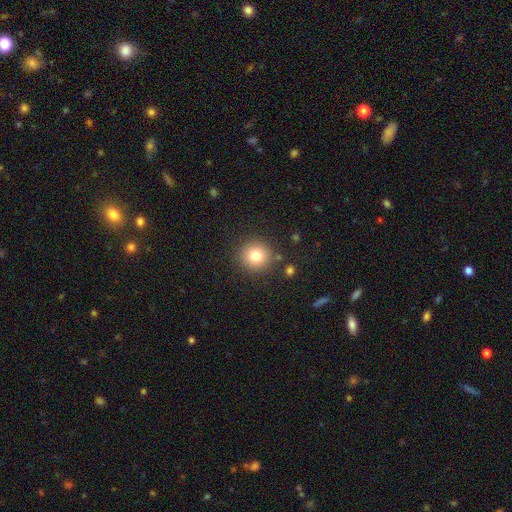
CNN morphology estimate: A smooth galaxy with no disk features (78%) that is round (94%).

Vote fractions:
- Smooth or featured? smooth: 78% / star or artifact: 12% / featured or disk: 9%
- How rounded? round: 94% / in between: 5% / cigar-shaped: 1%
- Merging? none: 88% / minor disturbance: 7% / major disturbance: 3% / merger: 3%